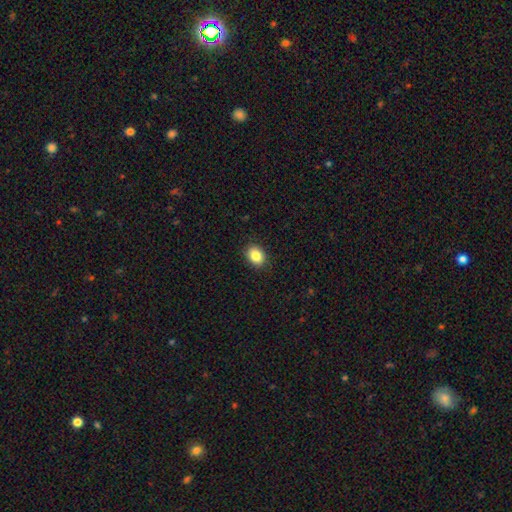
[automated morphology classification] Smooth or featured? smooth (86%)
How rounded? in between (62%)
Merging? none (89%)